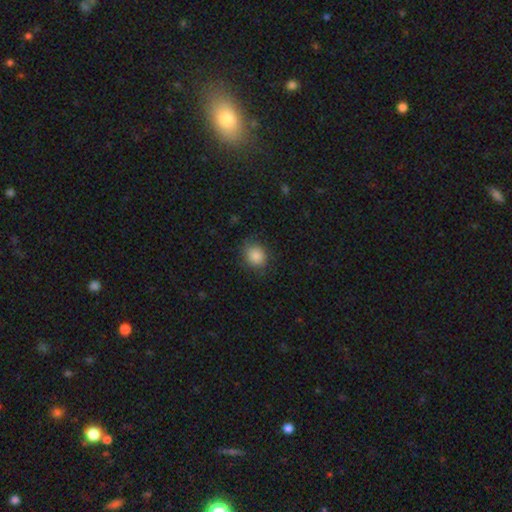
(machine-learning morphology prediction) smooth-or-featured: smooth: 86% | star or artifact: 9% | featured or disk: 5%
  how-rounded: round: 68% | in between: 31% | cigar-shaped: 1%
  merging: none: 79% | minor disturbance: 16% | major disturbance: 5% | merger: 1%